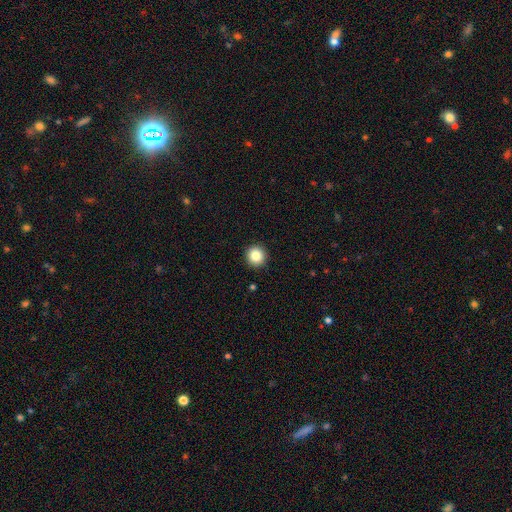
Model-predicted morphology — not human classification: smooth-or-featured: smooth: 85% | star or artifact: 10% | featured or disk: 5%
  how-rounded: round: 93% | in between: 6% | cigar-shaped: 1%
  merging: none: 93% | minor disturbance: 5% | major disturbance: 1% | merger: 1%